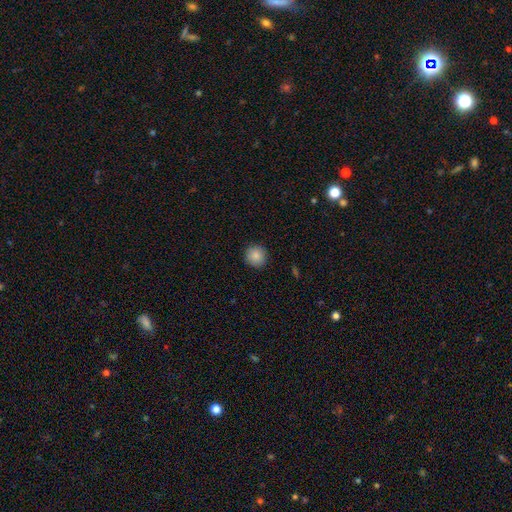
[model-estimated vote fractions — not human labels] This appears to be a smooth galaxy with no disk features (87%) that is round (94%). Merging: none (91%).